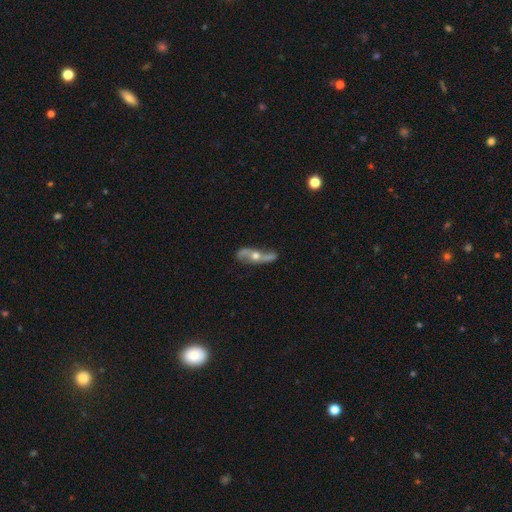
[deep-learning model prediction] Q: Smooth or featured?
A: featured or disk (77%); runner-up: smooth (17%)
Q: Edge-on disk?
A: no (74%); runner-up: yes (26%)
Q: Bar?
A: no (69%); runner-up: weak (22%)
Q: Spiral arms?
A: yes (84%); runner-up: no (16%)
Q: Bulge size?
A: moderate (71%); runner-up: small (17%)
Q: Merging?
A: none (65%); runner-up: minor disturbance (21%)